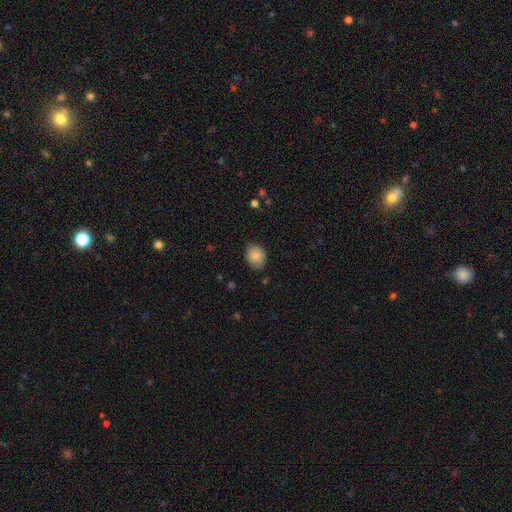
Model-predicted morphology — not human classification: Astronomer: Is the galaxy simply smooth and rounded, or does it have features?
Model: smooth — 85%.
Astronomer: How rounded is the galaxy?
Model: in between — 59% (runner-up: round, 40%).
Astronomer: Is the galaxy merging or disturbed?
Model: none — 80%.